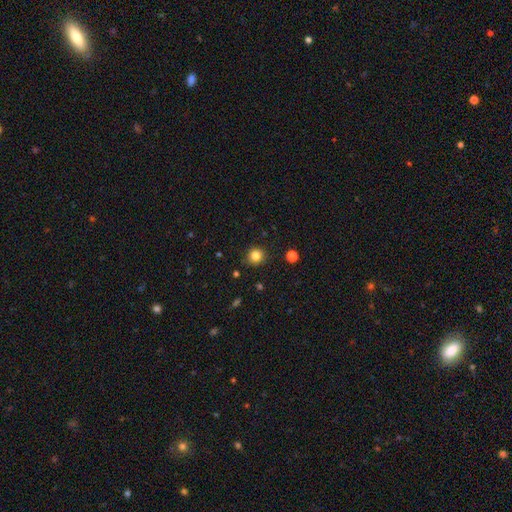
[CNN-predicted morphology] smooth-or-featured: smooth: 82% | star or artifact: 12% | featured or disk: 5%
  how-rounded: round: 90% | in between: 9% | cigar-shaped: 1%
  merging: none: 89% | minor disturbance: 8% | major disturbance: 2% | merger: 2%